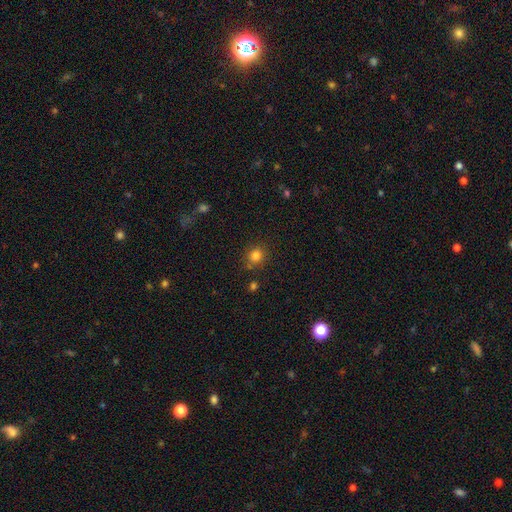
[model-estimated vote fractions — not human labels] smooth 82%, star or artifact 13%, featured or disk 5%. Down the decision tree: how rounded — round (82%); merging — none (79%).